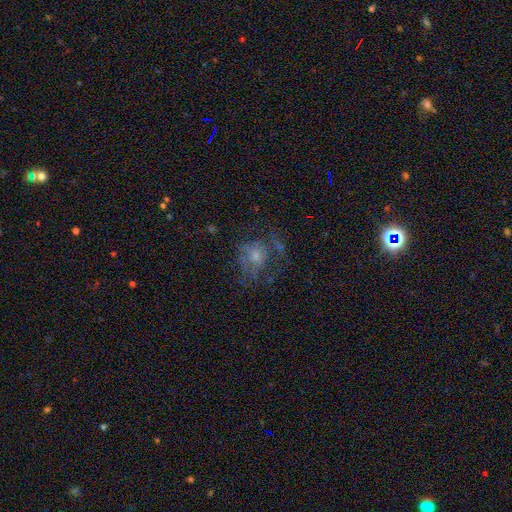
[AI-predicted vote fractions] smooth-or-featured: featured or disk: 48% | smooth: 30% | star or artifact: 21%
  merging: none: 45% | major disturbance: 32% | minor disturbance: 19% | merger: 4%